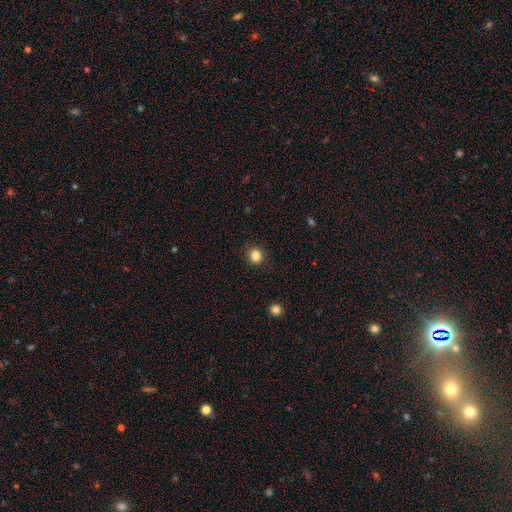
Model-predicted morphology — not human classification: smooth-or-featured: smooth: 84% | star or artifact: 12% | featured or disk: 4%
  how-rounded: round: 82% | in between: 17% | cigar-shaped: 1%
  merging: none: 90% | minor disturbance: 7% | major disturbance: 2% | merger: 1%